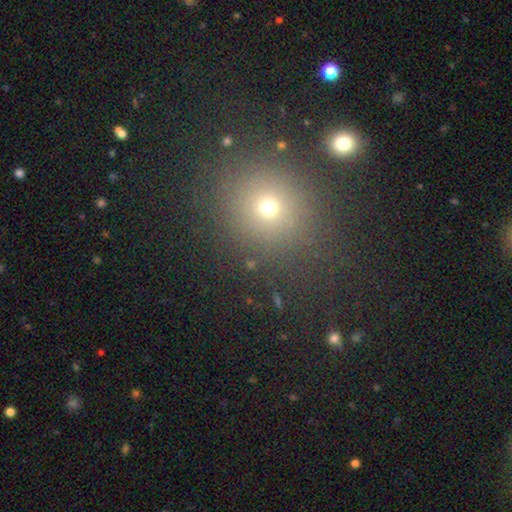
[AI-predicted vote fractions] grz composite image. It shows a smooth galaxy with no disk features (57%) that is round (81%). Merging: none (88%).